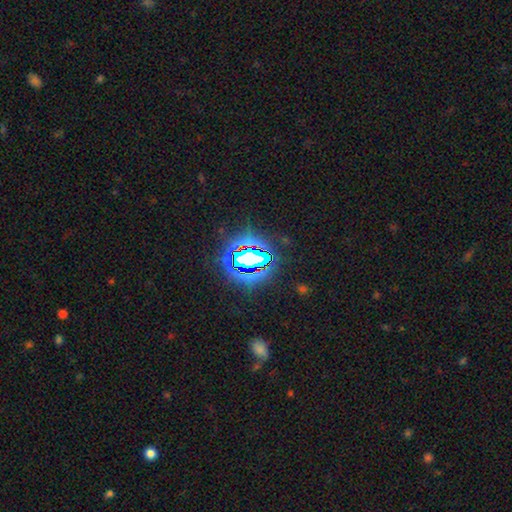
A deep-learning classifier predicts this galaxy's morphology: smooth_or_featured: star or artifact (p=0.82) [alt: smooth p=0.10]